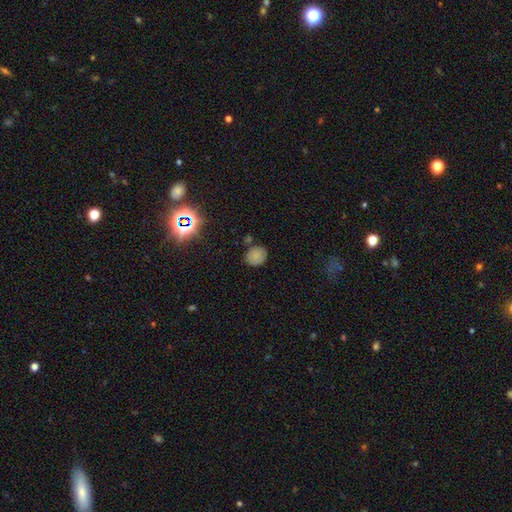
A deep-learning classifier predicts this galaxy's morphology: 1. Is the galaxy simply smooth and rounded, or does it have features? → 75% smooth, 14% star or artifact, 10% featured or disk.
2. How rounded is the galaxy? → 68% round, 31% in between, 1% cigar-shaped.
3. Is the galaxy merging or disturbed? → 75% none, 15% minor disturbance, 6% merger, 4% major disturbance.